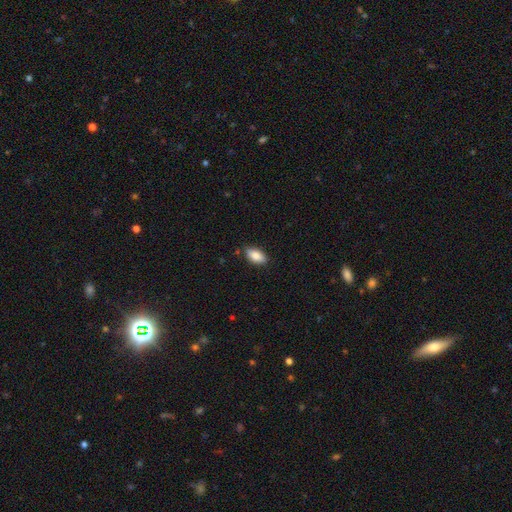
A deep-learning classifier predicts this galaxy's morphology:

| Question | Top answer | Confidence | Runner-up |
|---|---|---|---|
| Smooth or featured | smooth | 86% | featured or disk (7%) |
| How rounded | in between | 91% | cigar-shaped (5%) |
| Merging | none | 83% | minor disturbance (13%) |